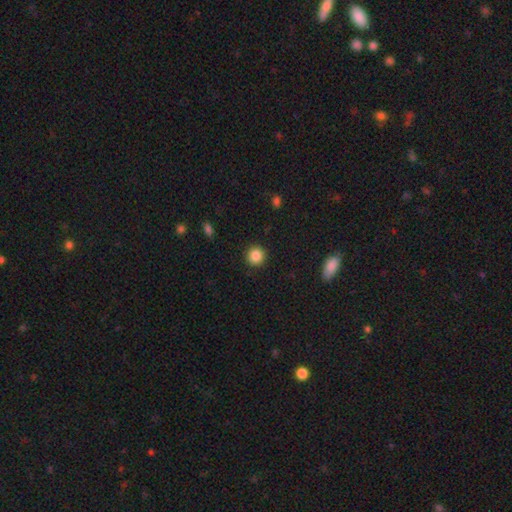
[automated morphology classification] Q: Smooth or featured?
A: smooth (86%); runner-up: star or artifact (10%)
Q: How rounded?
A: round (93%); runner-up: in between (6%)
Q: Merging?
A: none (92%); runner-up: minor disturbance (5%)